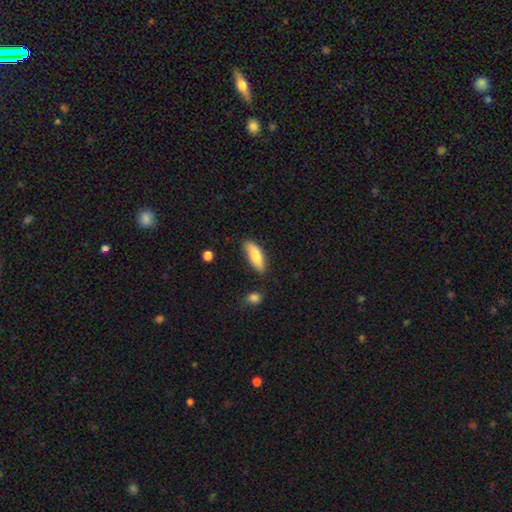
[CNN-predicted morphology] smooth_or_featured: smooth (p=0.80) [alt: featured or disk p=0.14]
how_rounded: in between (p=0.58) [alt: cigar-shaped p=0.40]
merging: none (p=0.73) [alt: minor disturbance p=0.20]